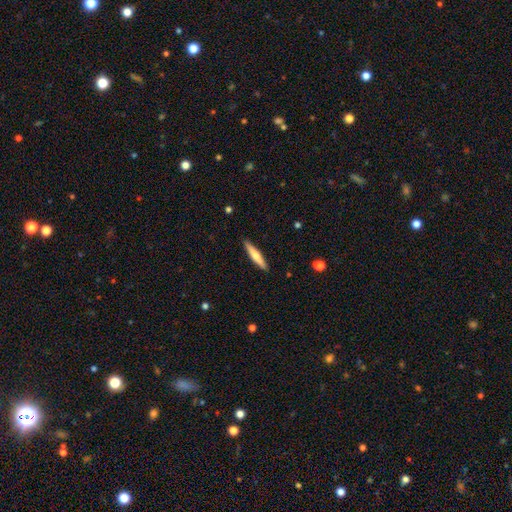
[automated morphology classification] Smooth or featured? smooth (59%)
How rounded? cigar-shaped (88%)
Merging? none (90%)